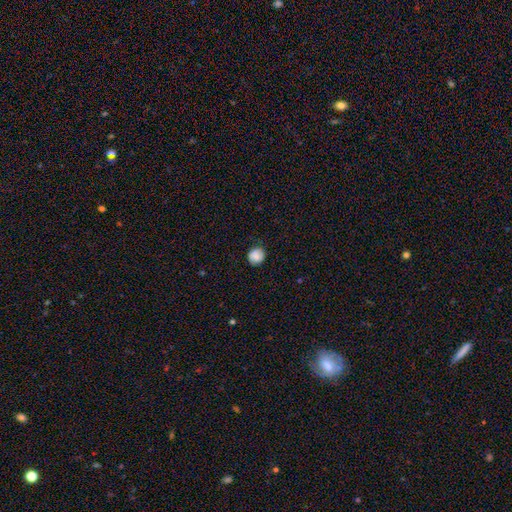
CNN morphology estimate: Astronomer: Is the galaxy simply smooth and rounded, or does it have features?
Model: smooth — 85%.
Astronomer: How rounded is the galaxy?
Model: round — 88%.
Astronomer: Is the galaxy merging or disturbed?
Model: none — 82%.